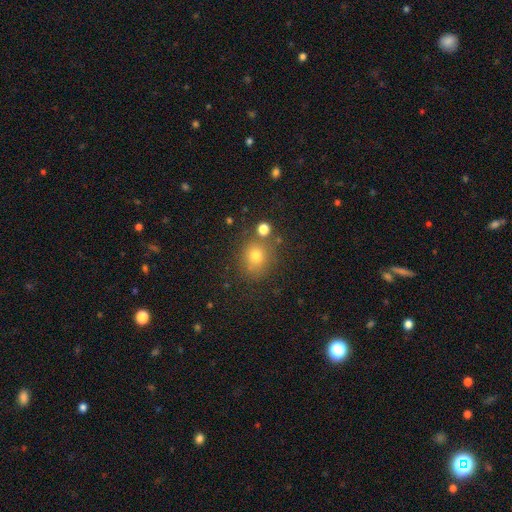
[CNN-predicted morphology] smooth-or-featured: smooth: 73% | star or artifact: 17% | featured or disk: 10%
  how-rounded: round: 78% | in between: 21% | cigar-shaped: 1%
  merging: none: 73% | minor disturbance: 13% | merger: 10% | major disturbance: 5%